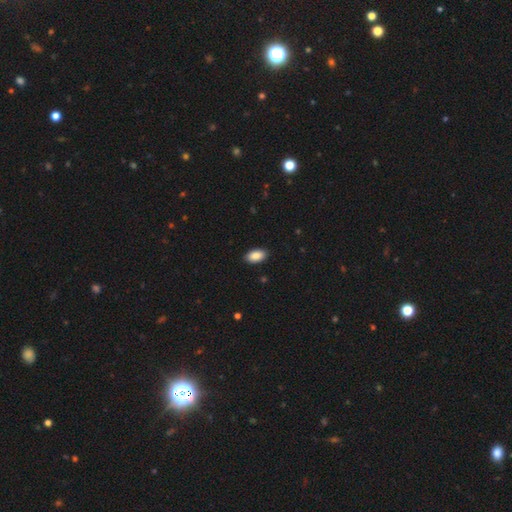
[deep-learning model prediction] Smooth or featured: smooth — 88% (star or artifact — 7%)
How rounded: in between — 94% (round — 4%)
Merging: none — 90% (minor disturbance — 8%)